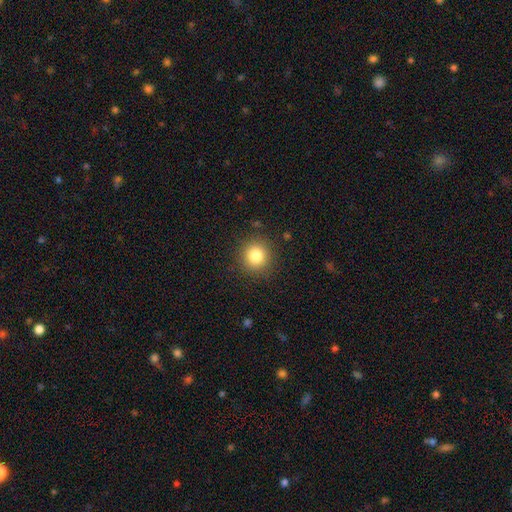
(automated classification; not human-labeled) The model was most divided on "smooth or featured": smooth: 82%, star or artifact: 11%, featured or disk: 6%. More confident: how rounded — round (92%); merging — none (89%).